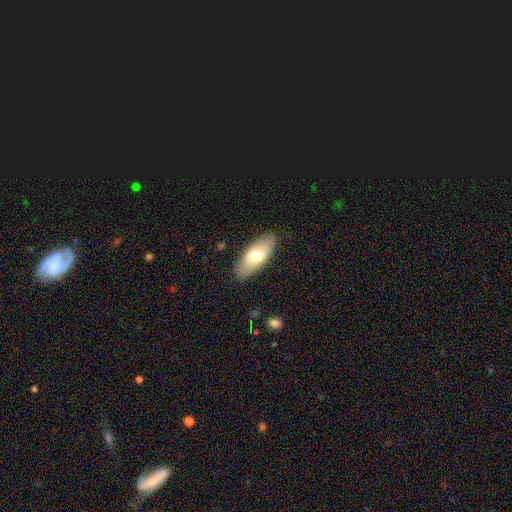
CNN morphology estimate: Q: Smooth or featured?
A: smooth (60%); runner-up: featured or disk (34%)
Q: How rounded?
A: in between (86%); runner-up: cigar-shaped (12%)
Q: Merging?
A: none (86%); runner-up: minor disturbance (11%)